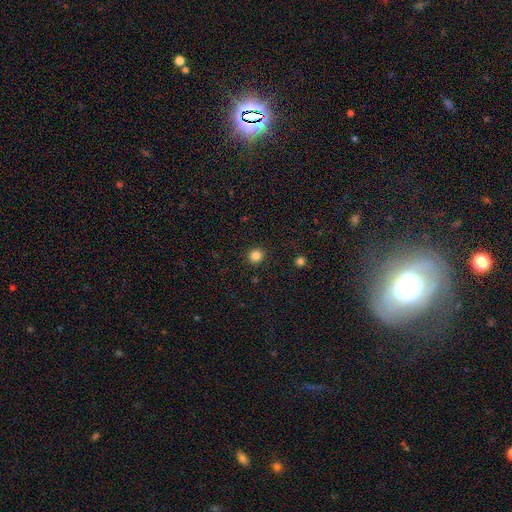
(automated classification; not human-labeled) smooth-or-featured: smooth: 84% | star or artifact: 12% | featured or disk: 4%
  how-rounded: round: 91% | in between: 8% | cigar-shaped: 1%
  merging: none: 92% | minor disturbance: 5% | major disturbance: 2% | merger: 1%